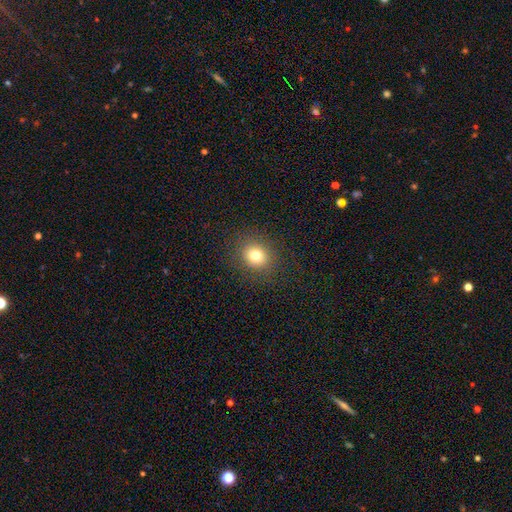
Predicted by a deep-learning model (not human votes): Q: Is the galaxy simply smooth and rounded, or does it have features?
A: smooth — 78%.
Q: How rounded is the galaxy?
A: round — 79%.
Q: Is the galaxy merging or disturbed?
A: none — 89%.